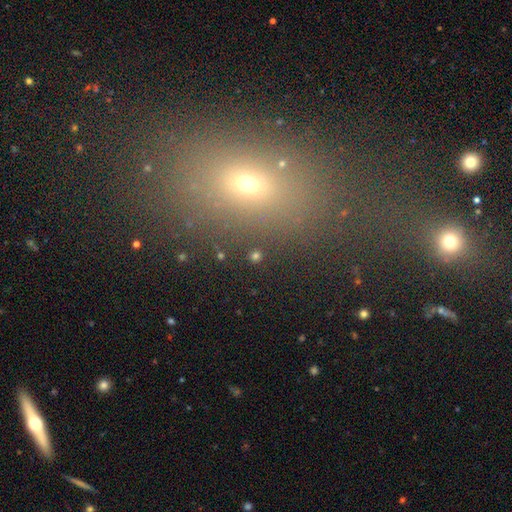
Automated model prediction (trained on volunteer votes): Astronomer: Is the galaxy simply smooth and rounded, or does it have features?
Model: smooth — 66%.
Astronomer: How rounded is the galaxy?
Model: round — 81%.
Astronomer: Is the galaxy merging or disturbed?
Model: none — 88%.